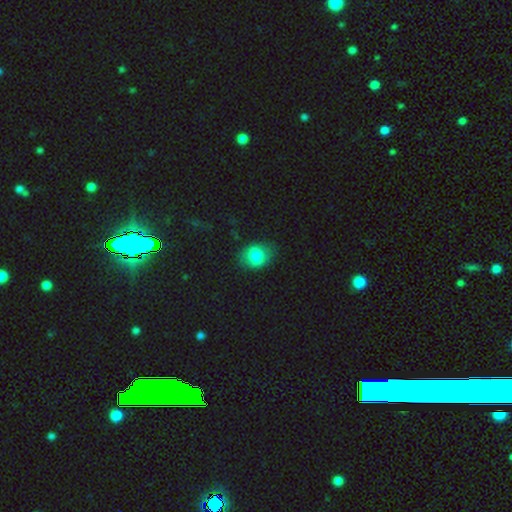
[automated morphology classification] smooth 79%, featured or disk 12%, star or artifact 9%. Down the decision tree: how rounded — in between (55%); merging — none (73%).